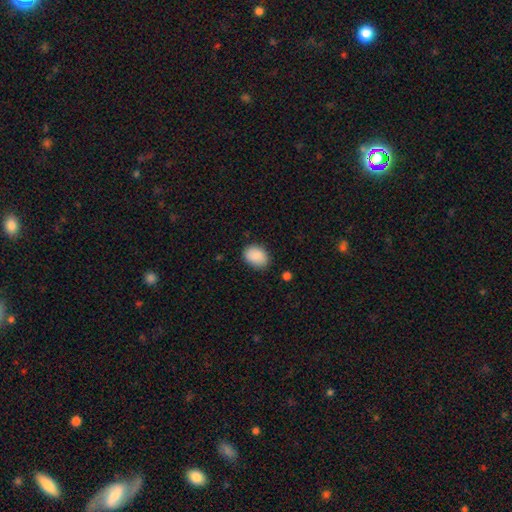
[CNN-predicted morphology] This appears to be a smooth galaxy with no disk features (89%) that is in between round and cigar-shaped (70%). Merging: none (81%).